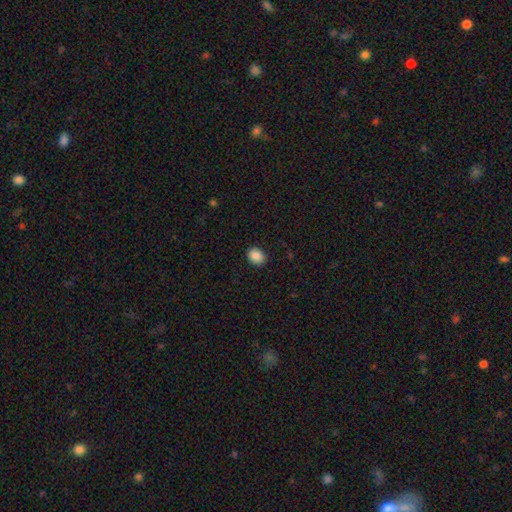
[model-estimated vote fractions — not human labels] Q: Smooth or featured?
A: smooth (87%); runner-up: star or artifact (9%)
Q: How rounded?
A: round (55%); runner-up: in between (45%)
Q: Merging?
A: none (89%); runner-up: minor disturbance (8%)